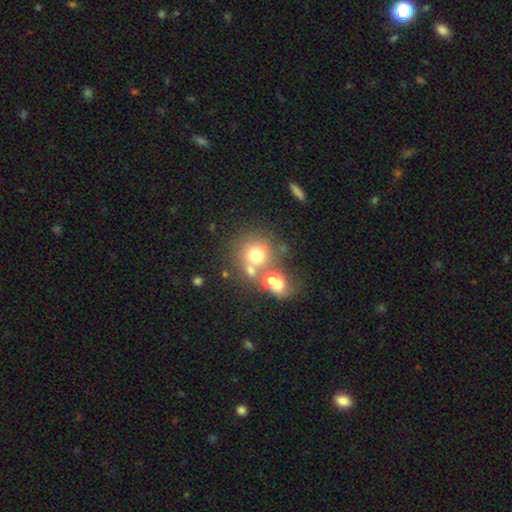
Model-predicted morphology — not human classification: This is likely a smooth galaxy (67%). How rounded: clearly round (84%). Merging: marginally none (45%).